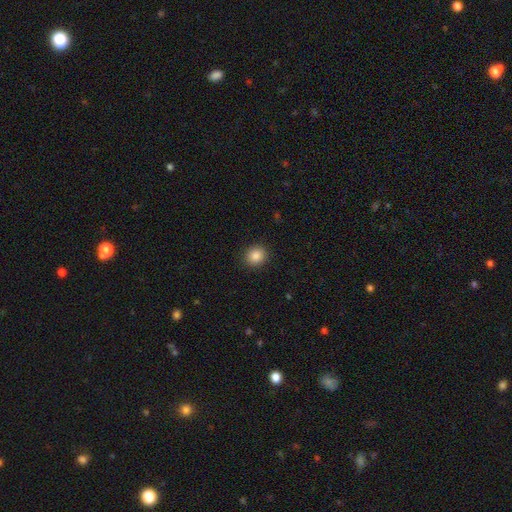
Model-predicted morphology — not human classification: smooth_or_featured: smooth (p=0.86) [alt: star or artifact p=0.10]
how_rounded: round (p=0.82) [alt: in between p=0.17]
merging: none (p=0.91) [alt: minor disturbance p=0.06]